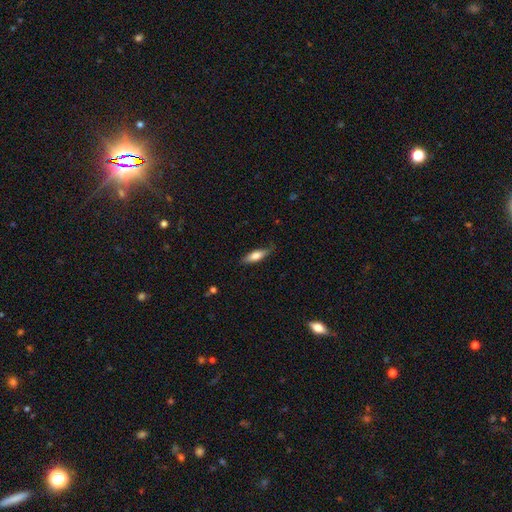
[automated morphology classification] Overall: smooth (66%; featured or disk 28%). How rounded: cigar-shaped (54%; in between 44%). Merging: none (78%).